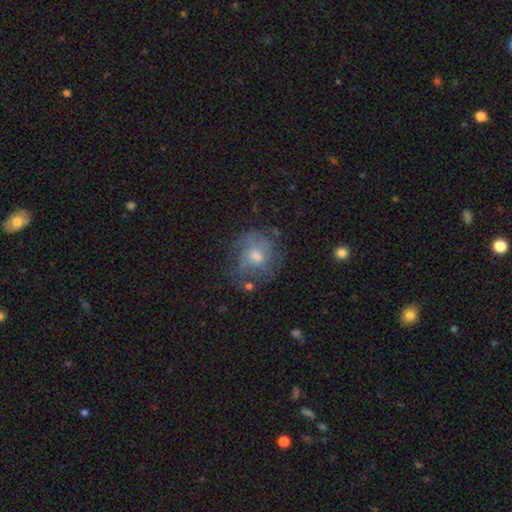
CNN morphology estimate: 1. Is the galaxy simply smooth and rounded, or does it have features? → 45% featured or disk, 44% smooth, 11% star or artifact.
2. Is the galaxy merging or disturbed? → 57% none, 24% minor disturbance, 16% major disturbance, 3% merger.